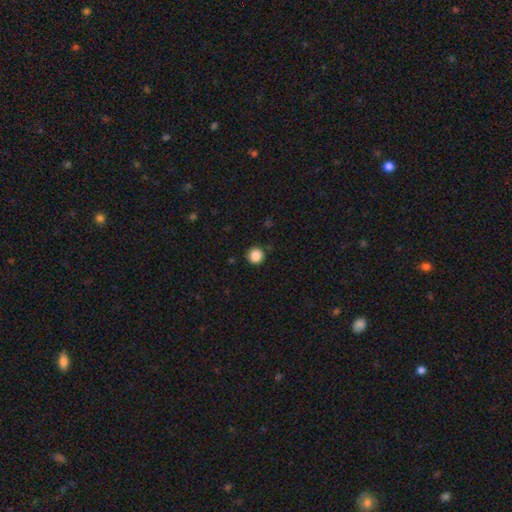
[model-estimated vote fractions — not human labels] This is clearly a smooth galaxy (87%). How rounded: clearly round (95%). Merging: clearly none (90%).